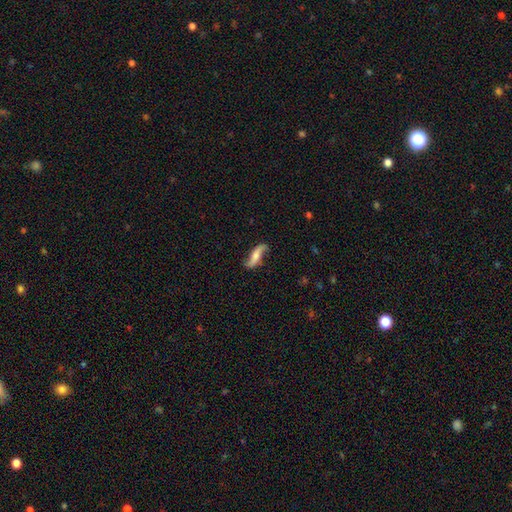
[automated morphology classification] Smooth or featured? Predicted: featured or disk (p=0.67). Edge-on disk? Predicted: no (p=0.79). Bar? Predicted: no (p=0.51). Spiral arms? Predicted: yes (p=0.91). Bulge size? Predicted: moderate (p=0.45). Merging? Predicted: none (p=0.76).